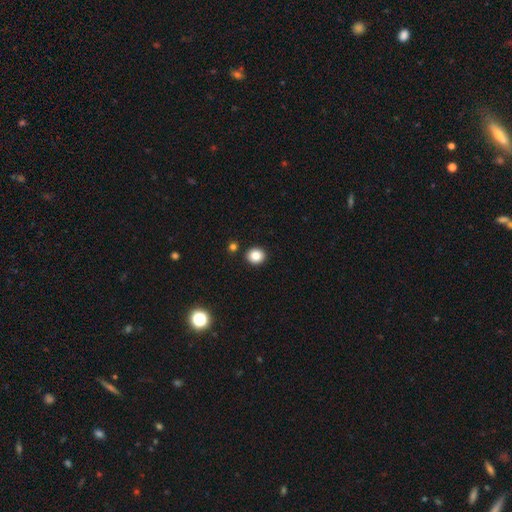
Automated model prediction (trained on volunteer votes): Morphology: type=smooth (85%); roundness=round (84%); merging=none (90%).